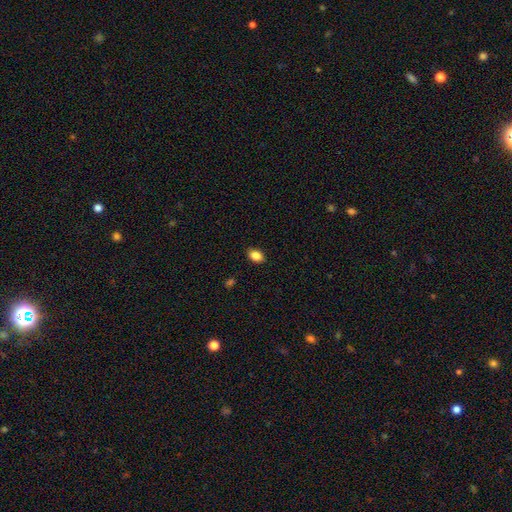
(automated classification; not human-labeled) Overall: smooth (86%). How rounded: in between (83%). Merging: none (89%).